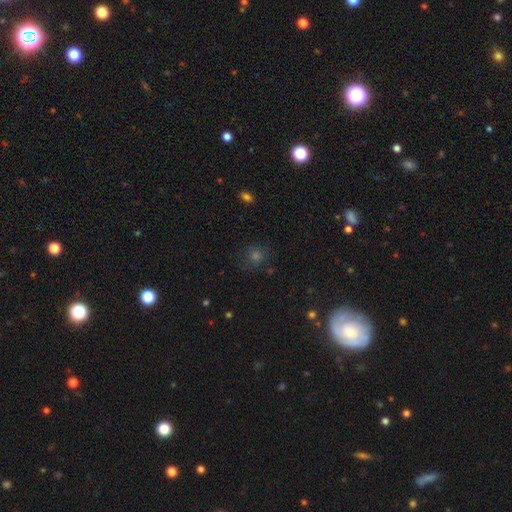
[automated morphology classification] Q: Smooth or featured?
A: smooth (53%); runner-up: star or artifact (34%)
Q: How rounded?
A: round (87%); runner-up: in between (11%)
Q: Merging?
A: none (83%); runner-up: minor disturbance (11%)